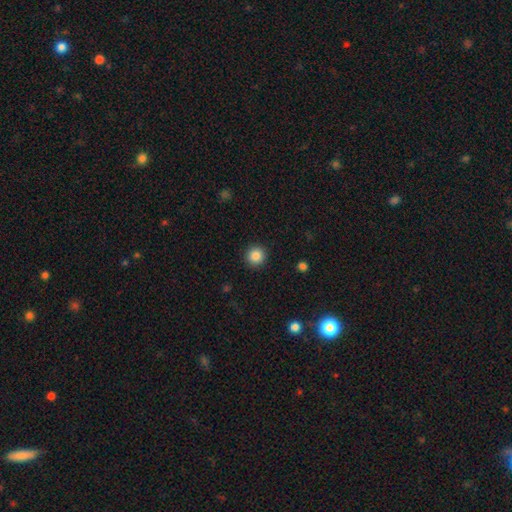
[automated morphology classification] smooth_or_featured: smooth (p=0.86) [alt: star or artifact p=0.10]
how_rounded: round (p=0.95) [alt: in between p=0.04]
merging: none (p=0.92) [alt: minor disturbance p=0.05]